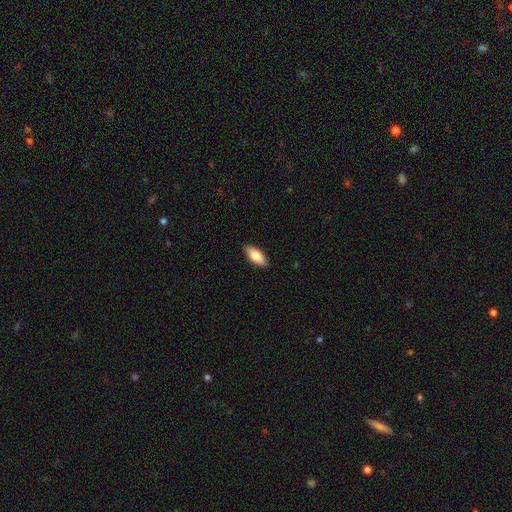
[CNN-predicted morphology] Smooth or featured? Predicted: smooth (p=0.83). How rounded? Predicted: in between (p=0.81). Merging? Predicted: none (p=0.89).